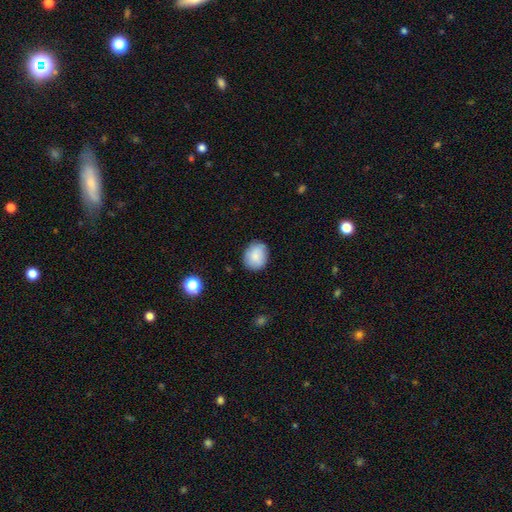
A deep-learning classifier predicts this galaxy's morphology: This is clearly a smooth galaxy (83%). How rounded: likely round (64%). Merging: clearly none (81%).